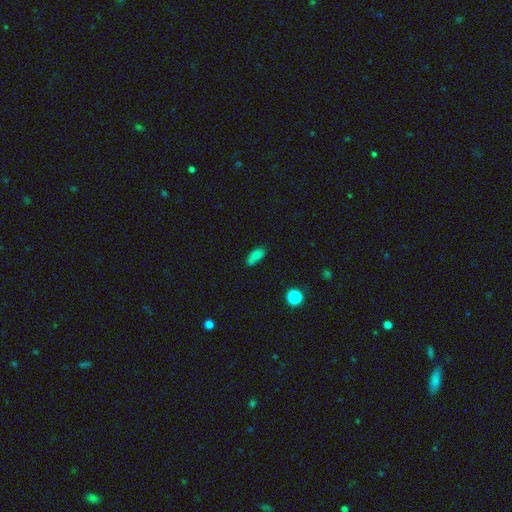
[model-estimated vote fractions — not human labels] Overall: smooth (77%). How rounded: in between (81%). Merging: none (66%).